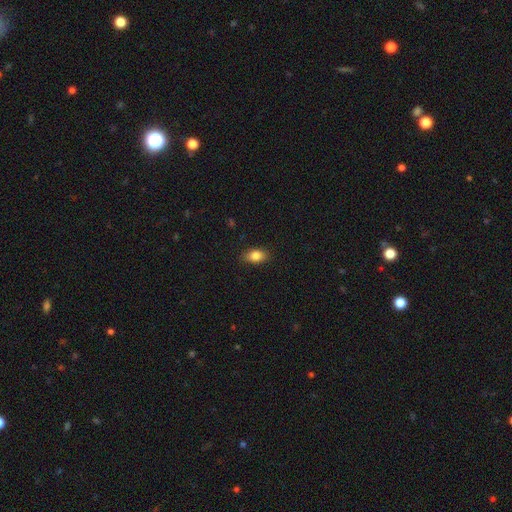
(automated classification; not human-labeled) smooth 83%, featured or disk 8%, star or artifact 8%. Down the decision tree: how rounded — in between (85%); merging — none (86%).